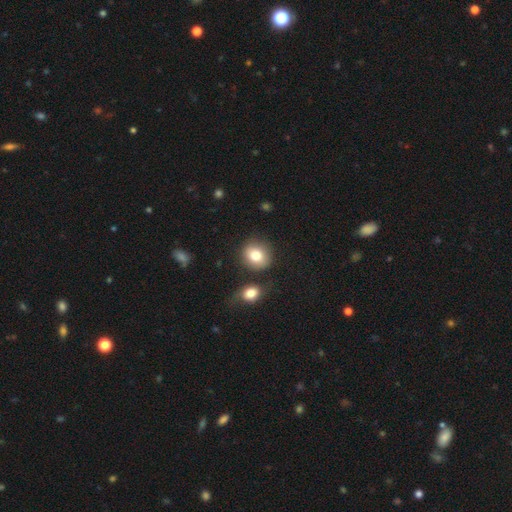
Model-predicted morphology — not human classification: smooth 83%, featured or disk 9%, star or artifact 8%. Down the decision tree: how rounded — round (74%); merging — none (76%).